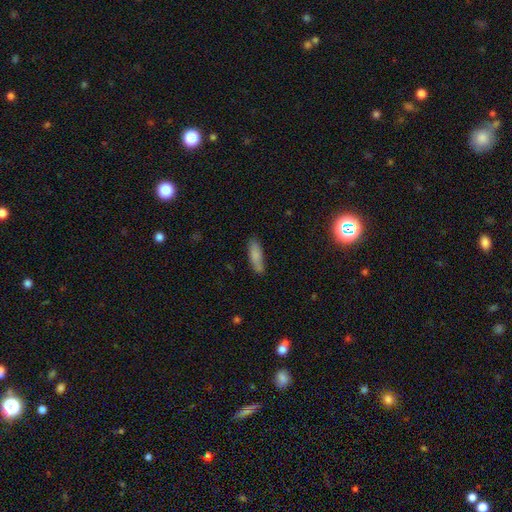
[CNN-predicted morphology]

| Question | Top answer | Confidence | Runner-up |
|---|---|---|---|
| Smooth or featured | smooth | 83% | featured or disk (10%) |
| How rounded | cigar-shaped | 54% | in between (44%) |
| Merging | none | 81% | minor disturbance (15%) |